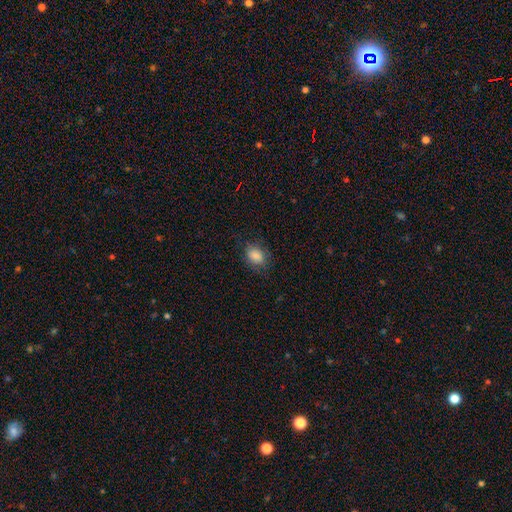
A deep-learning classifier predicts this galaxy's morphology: Smooth or featured? smooth (85%)
How rounded? in between (70%)
Merging? none (77%)